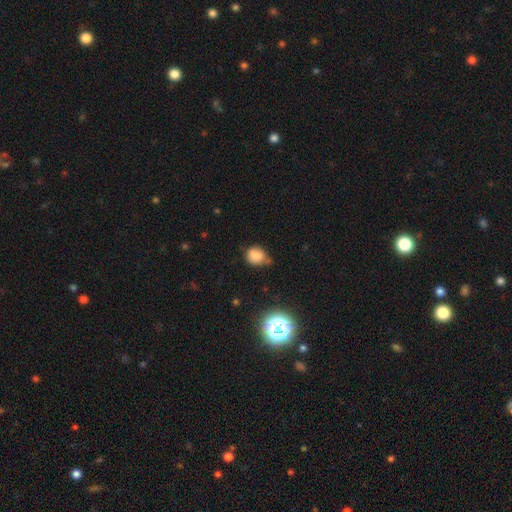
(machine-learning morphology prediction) smooth_or_featured: smooth (p=0.78) [alt: star or artifact p=0.13]
how_rounded: round (p=0.63) [alt: in between p=0.36]
merging: none (p=0.51) [alt: minor disturbance p=0.35]